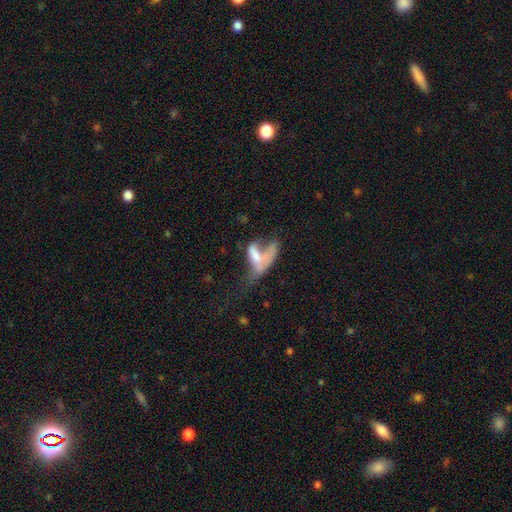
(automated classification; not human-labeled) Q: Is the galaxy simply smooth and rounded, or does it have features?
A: smooth — 47%.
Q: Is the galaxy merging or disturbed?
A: major disturbance — 39%.